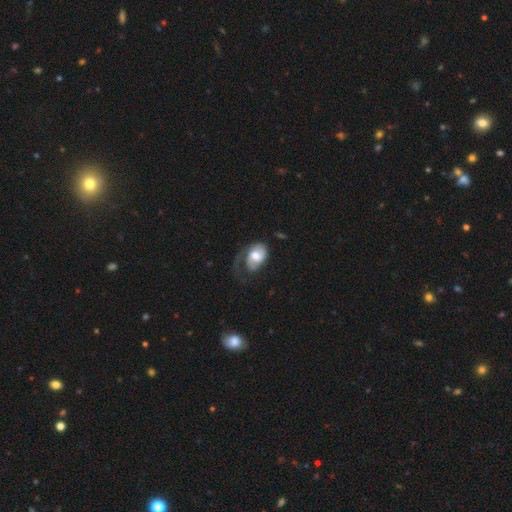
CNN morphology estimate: Smooth or featured? Predicted: featured or disk (p=0.52). Edge-on disk? Predicted: no (p=0.96). Merging? Predicted: major disturbance (p=0.44).